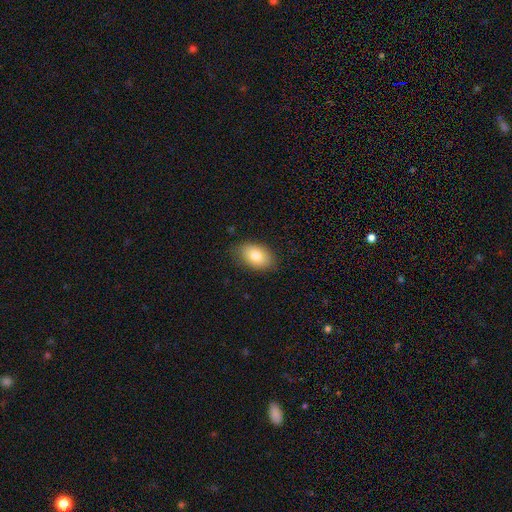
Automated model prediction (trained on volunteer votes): Overall: smooth (83%). How rounded: in between (91%). Merging: none (83%).